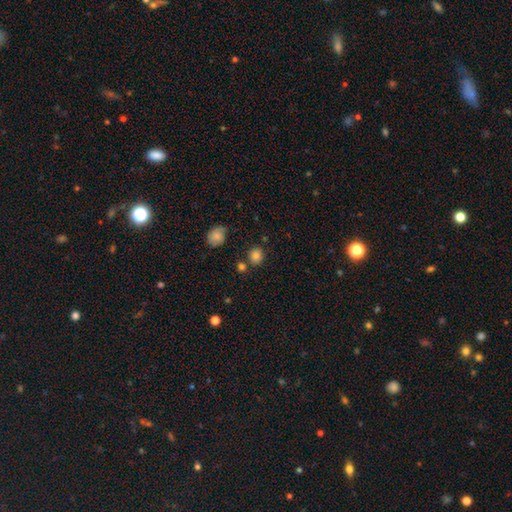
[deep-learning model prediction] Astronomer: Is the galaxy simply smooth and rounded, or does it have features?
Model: smooth — 83%.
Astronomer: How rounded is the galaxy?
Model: round — 81%.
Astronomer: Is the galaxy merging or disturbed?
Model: none — 77%.